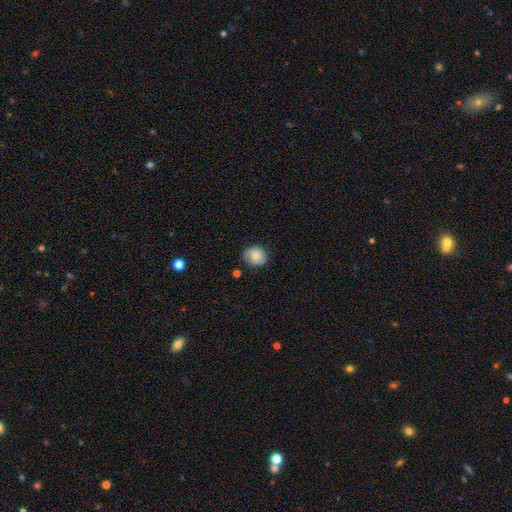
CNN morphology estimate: type=smooth (77%); roundness=round (80%); merging=none (74%).